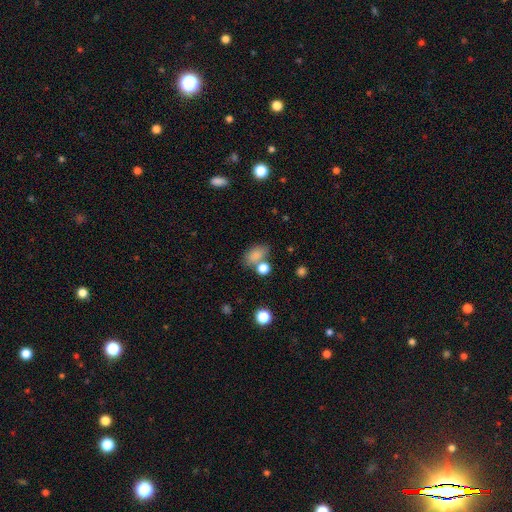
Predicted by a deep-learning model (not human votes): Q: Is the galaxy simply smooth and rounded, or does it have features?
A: smooth — 82%.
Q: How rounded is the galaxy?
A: in between — 83%.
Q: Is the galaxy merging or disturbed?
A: none — 57%.